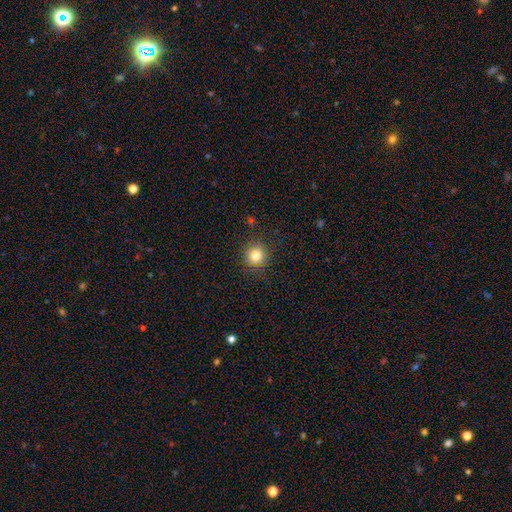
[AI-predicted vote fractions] smooth 81%, star or artifact 12%, featured or disk 7%. Down the decision tree: how rounded — round (92%); merging — none (89%).